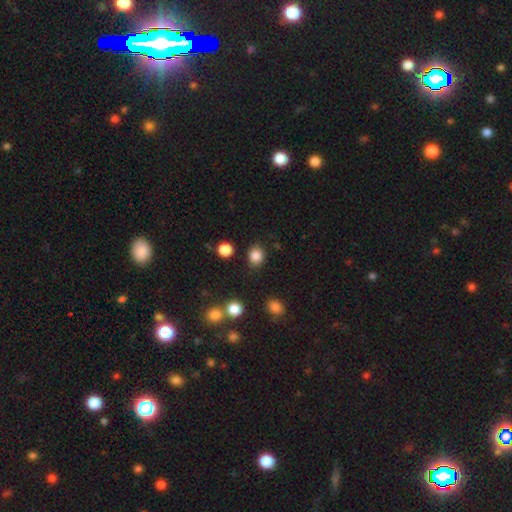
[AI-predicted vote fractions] Smooth or featured? smooth (85%)
How rounded? round (66%)
Merging? none (84%)